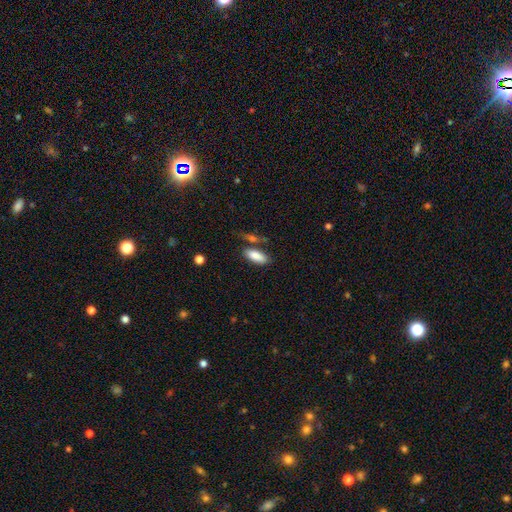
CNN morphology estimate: A smooth galaxy with no disk features (85%) that is in between round and cigar-shaped (79%). Merging: none (67%).